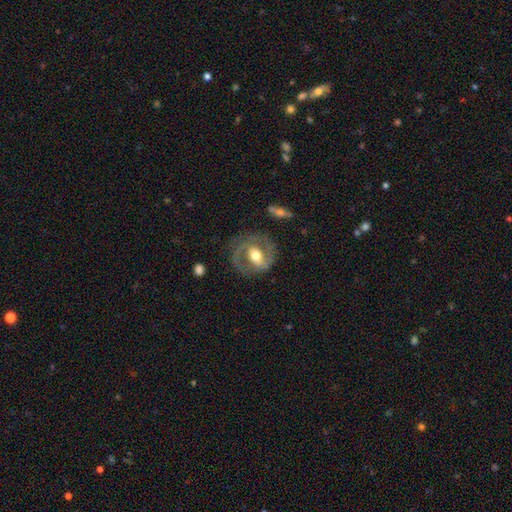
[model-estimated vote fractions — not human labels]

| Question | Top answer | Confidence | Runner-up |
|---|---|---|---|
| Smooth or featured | featured or disk | 77% | smooth (18%) |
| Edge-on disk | no | 96% | yes (4%) |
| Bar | weak | 40% | no (32%) |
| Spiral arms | yes | 82% | no (18%) |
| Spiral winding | medium | 48% | tight (37%) |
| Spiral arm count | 2 | 79% | 1 (11%) |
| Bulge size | moderate | 68% | large (21%) |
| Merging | none | 72% | minor disturbance (16%) |